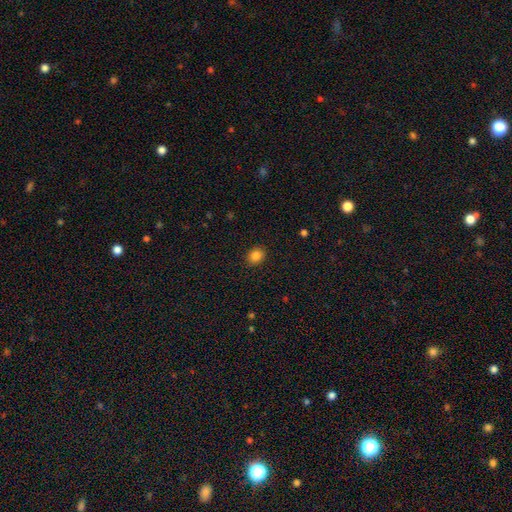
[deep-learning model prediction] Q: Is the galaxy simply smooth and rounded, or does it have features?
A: smooth — 85%.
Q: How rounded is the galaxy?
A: round — 59%.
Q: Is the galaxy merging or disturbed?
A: none — 90%.